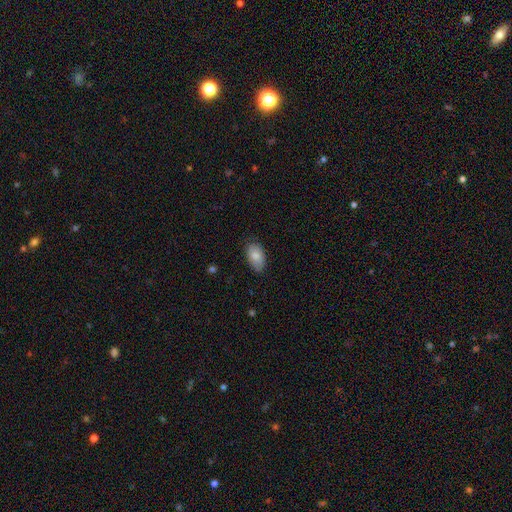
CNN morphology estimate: type=smooth (83%); roundness=in between (94%); merging=none (77%).